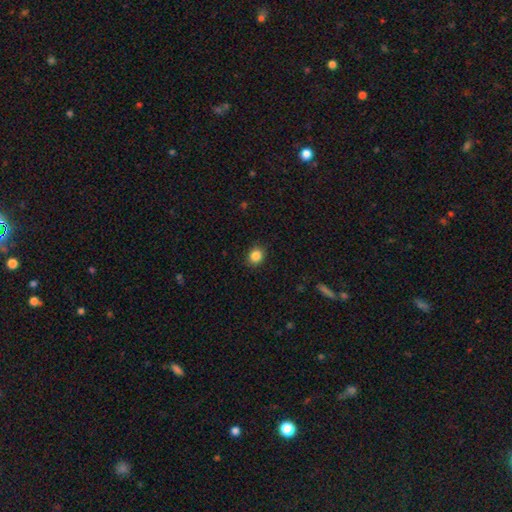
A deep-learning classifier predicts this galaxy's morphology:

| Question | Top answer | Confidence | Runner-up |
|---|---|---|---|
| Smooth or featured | smooth | 86% | star or artifact (10%) |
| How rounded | round | 68% | in between (31%) |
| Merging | none | 89% | minor disturbance (8%) |